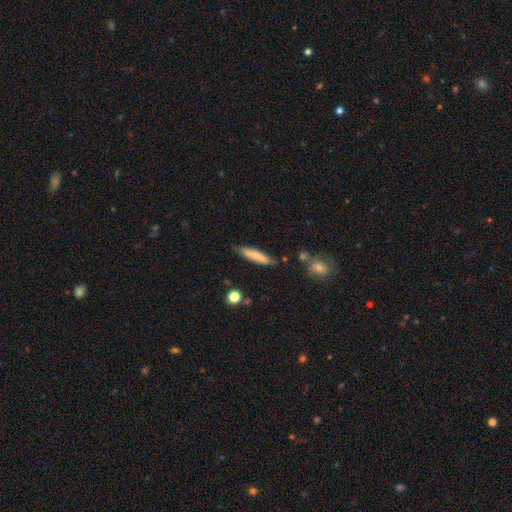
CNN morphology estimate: smooth-or-featured: smooth: 76% | featured or disk: 18% | star or artifact: 6%
  how-rounded: cigar-shaped: 85% | in between: 14% | round: 1%
  merging: none: 80% | minor disturbance: 15% | merger: 3% | major disturbance: 3%